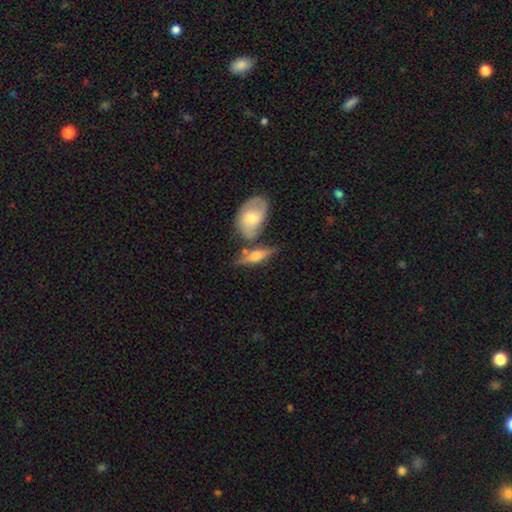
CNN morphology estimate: type=featured or disk (52%); edge-on=yes (79%); merging=none (51%).